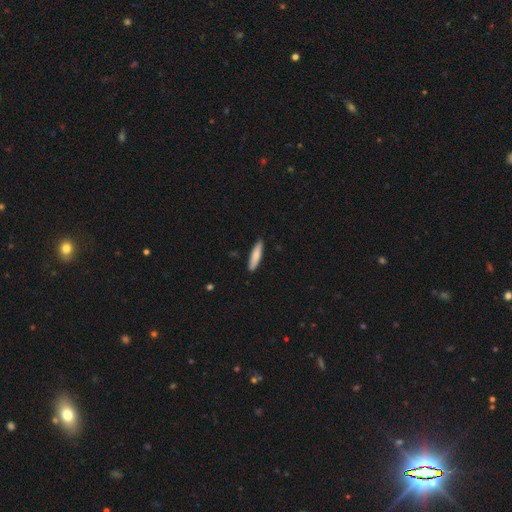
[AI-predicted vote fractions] Overall: smooth (79%). How rounded: cigar-shaped (82%). Merging: none (89%).